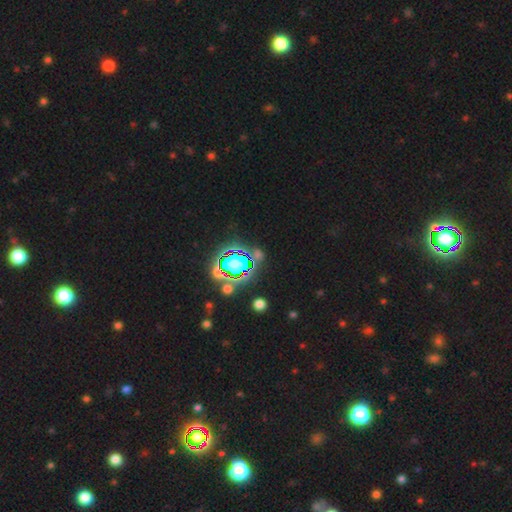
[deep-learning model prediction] Smooth or featured: star or artifact — 69% (smooth — 18%)